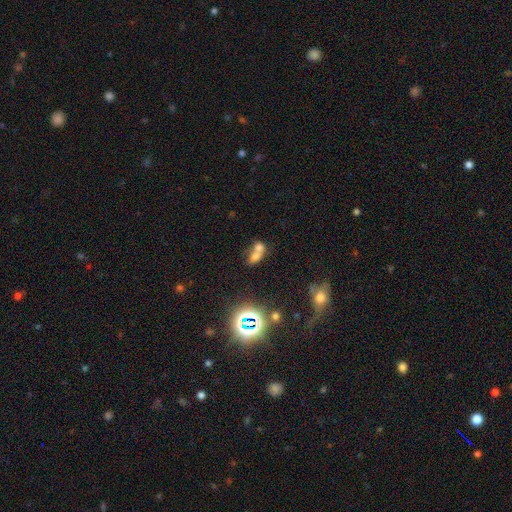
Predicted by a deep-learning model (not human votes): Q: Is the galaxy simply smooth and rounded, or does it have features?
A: smooth — 61%.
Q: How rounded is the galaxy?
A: in between — 65%.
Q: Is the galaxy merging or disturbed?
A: merger — 70%.